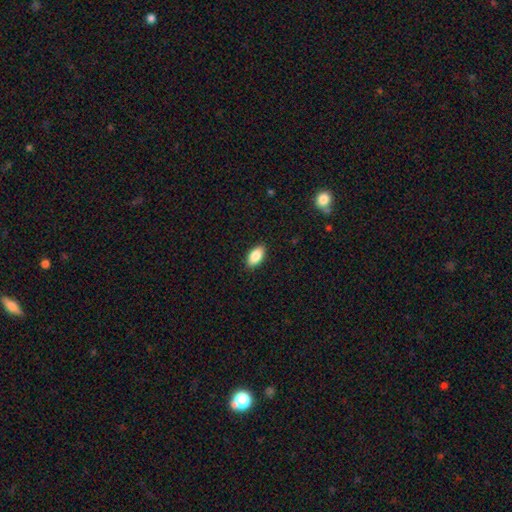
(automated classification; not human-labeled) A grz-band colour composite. It shows a smooth galaxy with no disk features (87%) that is in between round and cigar-shaped (93%). Merging: none (89%).